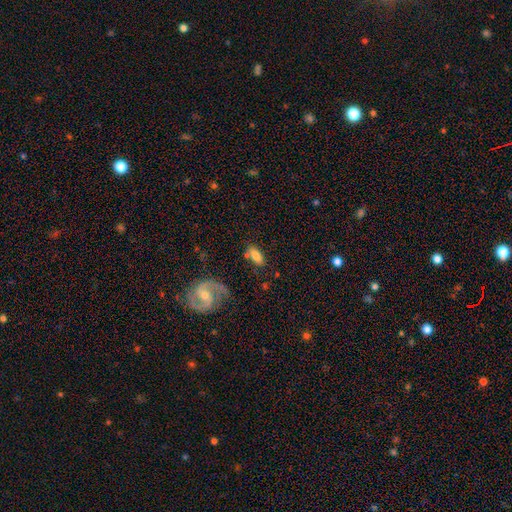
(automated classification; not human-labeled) Morphology: type=smooth (71%); roundness=in between (88%); merging=none (67%).